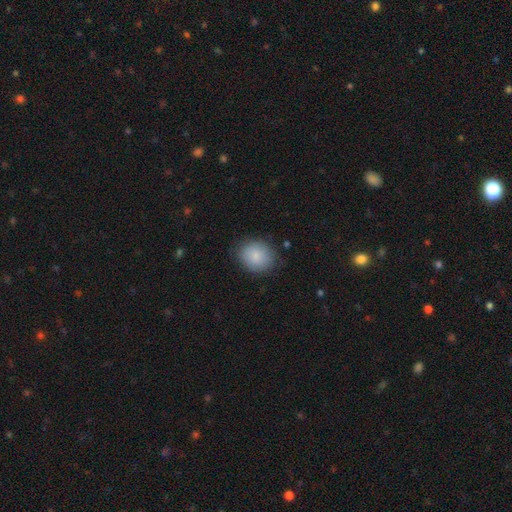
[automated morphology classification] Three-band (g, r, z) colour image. It shows a smooth galaxy with no disk features (86%) that is round (70%). Merging: none (82%).